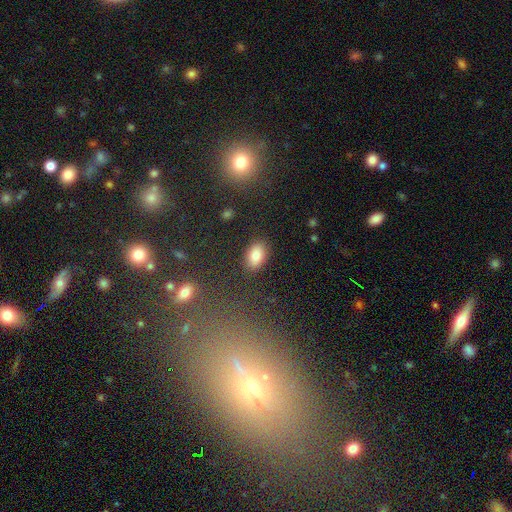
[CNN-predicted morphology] The model was most divided on "smooth or featured": smooth: 83%, star or artifact: 9%, featured or disk: 8%. More confident: how rounded — in between (86%); merging — none (86%).